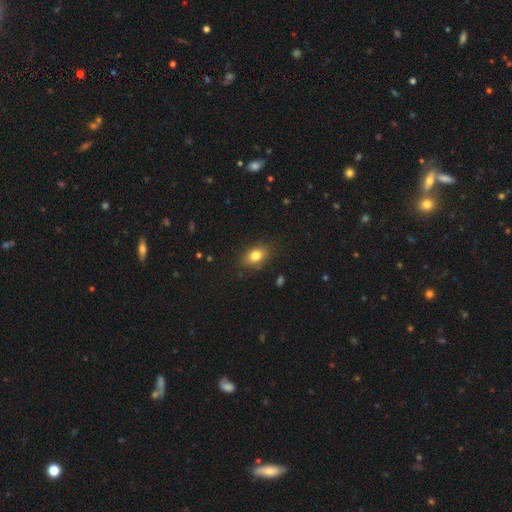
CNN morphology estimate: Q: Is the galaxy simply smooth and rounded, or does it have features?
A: smooth — 81%.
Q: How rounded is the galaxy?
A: in between — 80%.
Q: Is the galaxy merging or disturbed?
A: none — 84%.